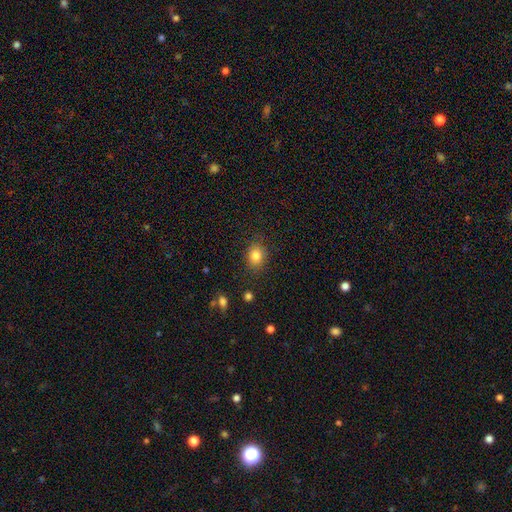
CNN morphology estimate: This is clearly a smooth galaxy (84%). How rounded: possibly in between (50%). Merging: clearly none (85%).